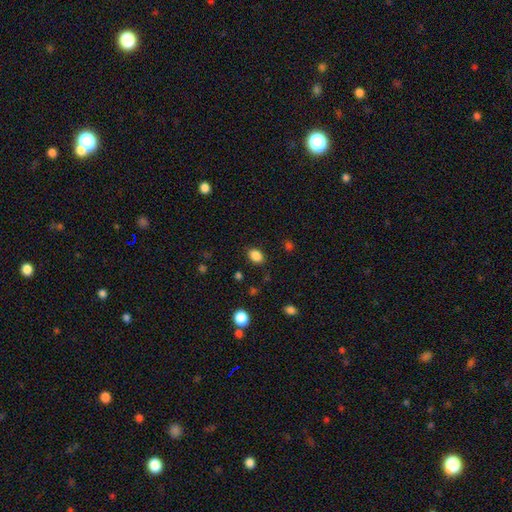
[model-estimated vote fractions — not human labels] smooth-or-featured: smooth: 86% | star or artifact: 10% | featured or disk: 4%
  how-rounded: in between: 72% | round: 27% | cigar-shaped: 1%
  merging: none: 85% | minor disturbance: 11% | major disturbance: 3% | merger: 2%